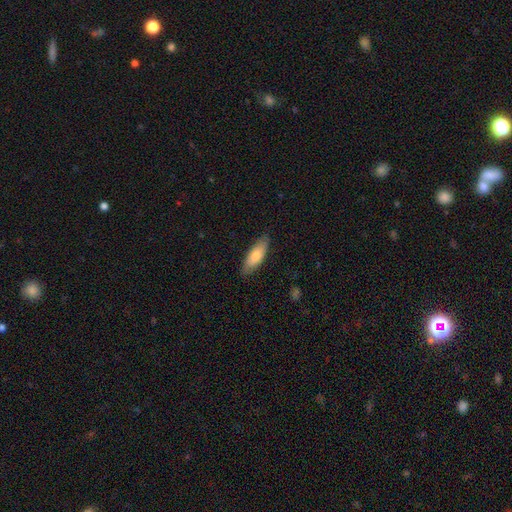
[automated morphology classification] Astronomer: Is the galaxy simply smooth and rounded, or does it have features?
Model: smooth — 76%.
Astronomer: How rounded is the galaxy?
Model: in between — 60% (runner-up: cigar-shaped, 39%).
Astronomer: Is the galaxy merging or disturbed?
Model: none — 84%.